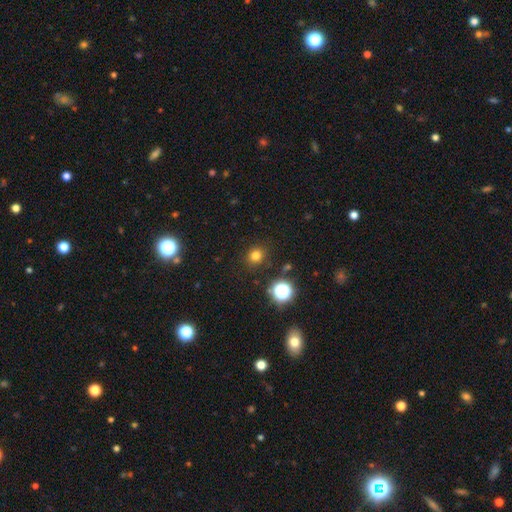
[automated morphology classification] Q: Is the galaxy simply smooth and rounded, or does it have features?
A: smooth — 76%.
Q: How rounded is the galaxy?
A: round — 86%.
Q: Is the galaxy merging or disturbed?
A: none — 88%.